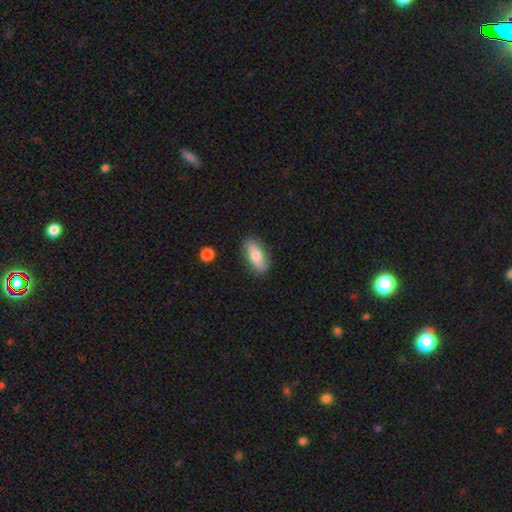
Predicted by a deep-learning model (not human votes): Smooth or featured?
  - smooth: 67% *
  - featured or disk: 27%
  - star or artifact: 6%
How rounded?
  - in between: 71% *
  - cigar-shaped: 25%
  - round: 4%
Merging?
  - none: 84% *
  - minor disturbance: 11%
  - major disturbance: 2%
  - merger: 2%